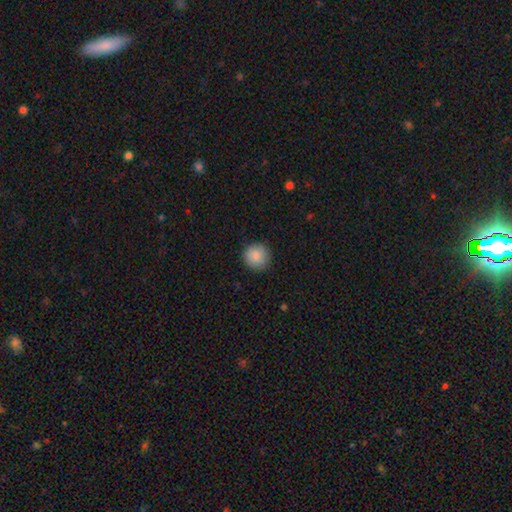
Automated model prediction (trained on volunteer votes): A smooth galaxy with no disk features (86%) that is round (94%).

Vote fractions:
- Smooth or featured? smooth: 86% / star or artifact: 8% / featured or disk: 6%
- How rounded? round: 94% / in between: 5% / cigar-shaped: 1%
- Merging? none: 87% / minor disturbance: 9% / major disturbance: 2% / merger: 1%